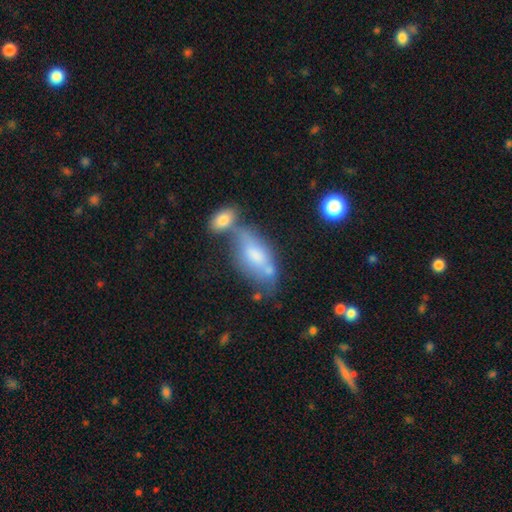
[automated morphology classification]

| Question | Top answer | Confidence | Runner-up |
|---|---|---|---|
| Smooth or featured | smooth | 61% | featured or disk (30%) |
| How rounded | in between | 83% | cigar-shaped (13%) |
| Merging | merger | 36% | none (34%) |